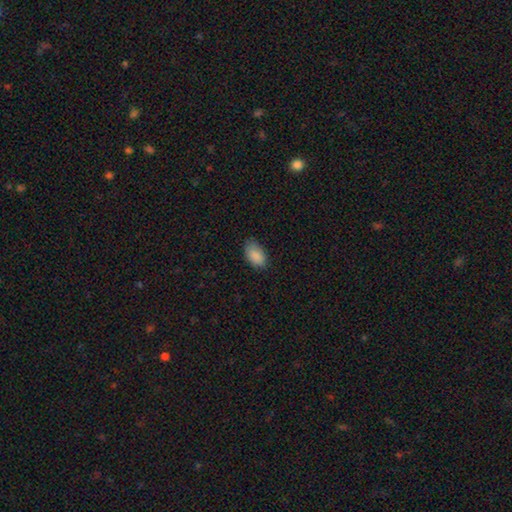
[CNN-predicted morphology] smooth-or-featured: smooth: 89% | star or artifact: 7% | featured or disk: 4%
  how-rounded: in between: 93% | round: 6% | cigar-shaped: 2%
  merging: none: 74% | minor disturbance: 22% | major disturbance: 4% | merger: 1%